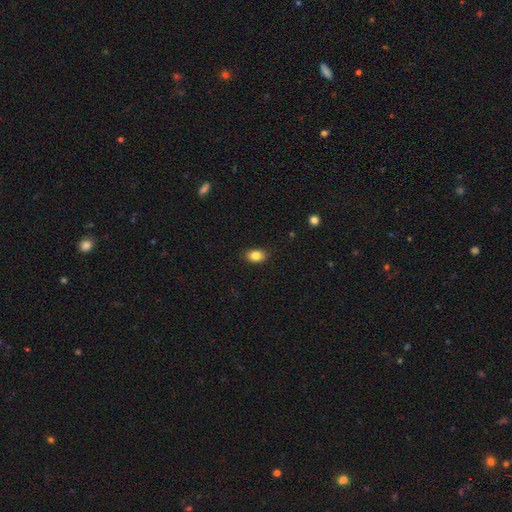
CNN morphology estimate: Smooth or featured?
  - smooth: 84% *
  - star or artifact: 9%
  - featured or disk: 7%
How rounded?
  - in between: 84% *
  - round: 14%
  - cigar-shaped: 2%
Merging?
  - none: 87% *
  - minor disturbance: 10%
  - major disturbance: 2%
  - merger: 1%